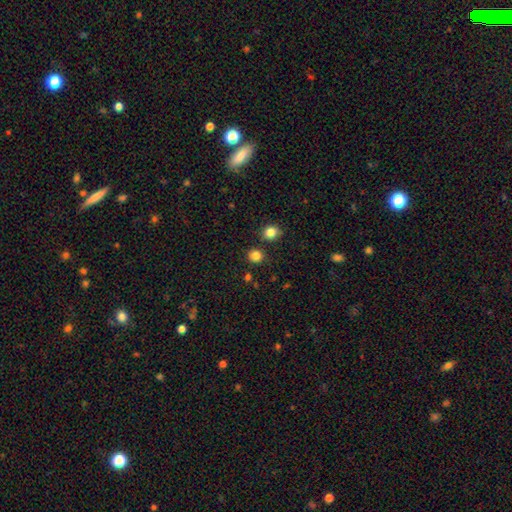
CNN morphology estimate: Smooth or featured? Predicted: smooth (p=0.84). How rounded? Predicted: round (p=0.87). Merging? Predicted: none (p=0.83).